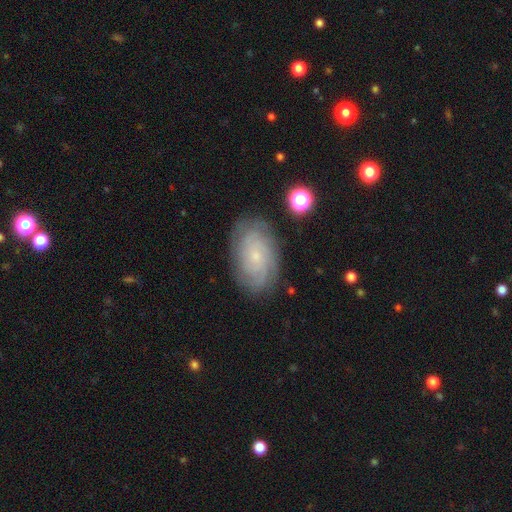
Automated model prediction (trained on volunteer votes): This is likely a featured or disk galaxy (71%). It is clearly not viewed edge-on (96%). Bar: likely no (80%). Spiral arm pattern: clearly yes (92%). Spiral arm count: possibly can't tell (48%). Spiral winding: likely tight (71%). Central bulge: clearly small (82%). Merging: likely none (80%).